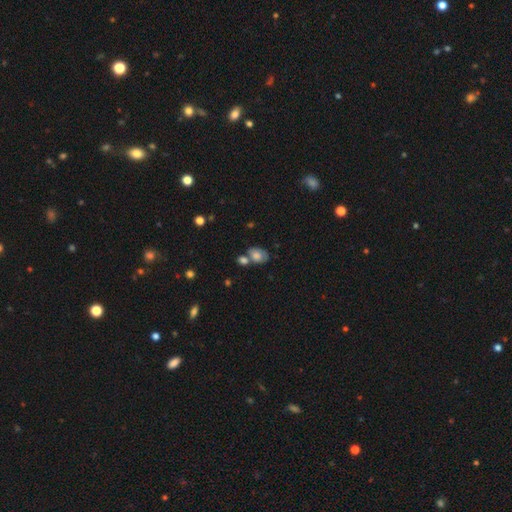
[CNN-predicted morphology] Overall: smooth (70%). How rounded: in between (76%). Merging: none (40%; merger 34%).